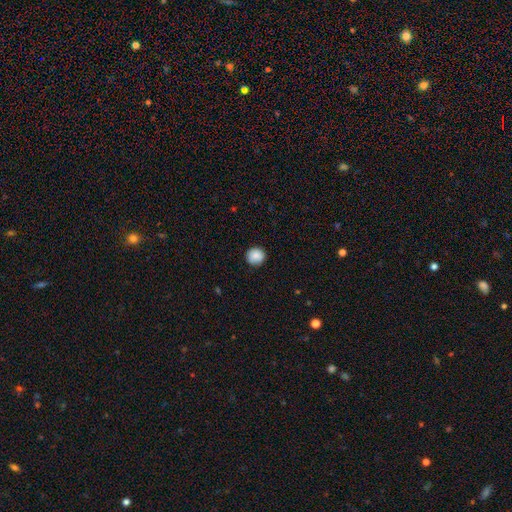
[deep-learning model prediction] Morphology: type=smooth (86%); roundness=round (93%); merging=none (88%).